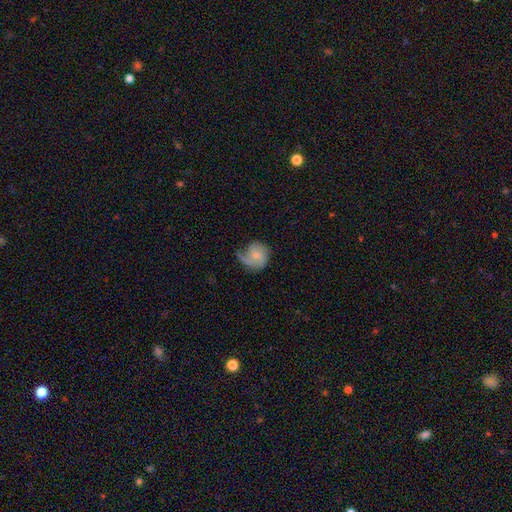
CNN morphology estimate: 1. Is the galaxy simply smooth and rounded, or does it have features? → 56% featured or disk, 37% smooth, 7% star or artifact.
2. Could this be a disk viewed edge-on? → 98% no, 2% yes.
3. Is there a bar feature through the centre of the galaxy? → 63% no, 32% weak, 4% strong.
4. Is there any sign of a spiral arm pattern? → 88% yes, 12% no.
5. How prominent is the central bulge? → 55% small, 27% moderate, 14% none, 2% large, 1% dominant.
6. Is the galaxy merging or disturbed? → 44% none, 29% minor disturbance, 24% major disturbance, 2% merger.